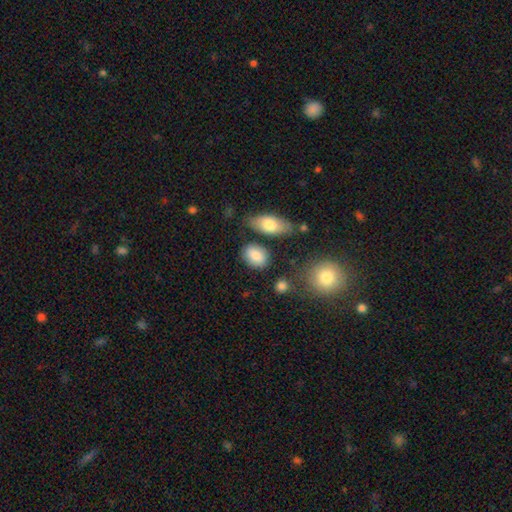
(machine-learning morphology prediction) Smooth or featured? smooth (84%)
How rounded? in between (71%)
Merging? none (76%)